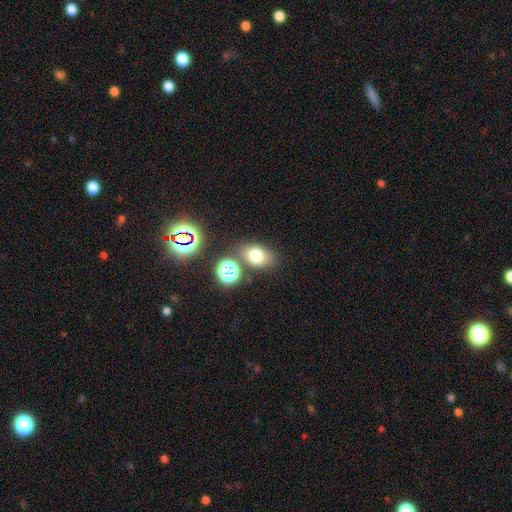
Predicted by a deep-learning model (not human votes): This appears to be a smooth galaxy with no disk features (71%) that is in between round and cigar-shaped (72%). Merging: none (72%).